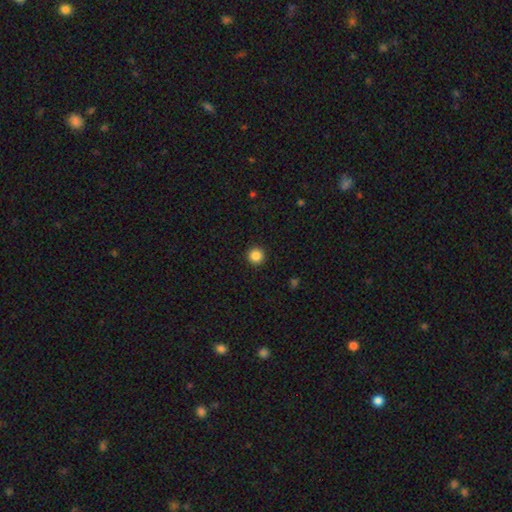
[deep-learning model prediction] smooth-or-featured: smooth: 86% | star or artifact: 10% | featured or disk: 3%
  how-rounded: round: 96% | in between: 3% | cigar-shaped: 1%
  merging: none: 93% | minor disturbance: 4% | major disturbance: 2% | merger: 1%